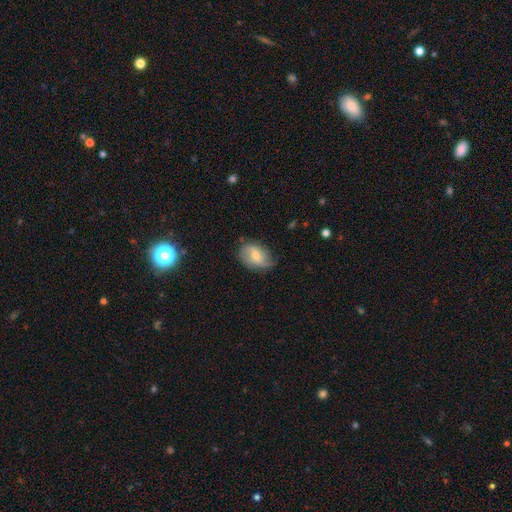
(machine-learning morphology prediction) featured or disk 46% (tied), smooth 46% (tied), star or artifact 8%. Down the decision tree: merging — none (65%).